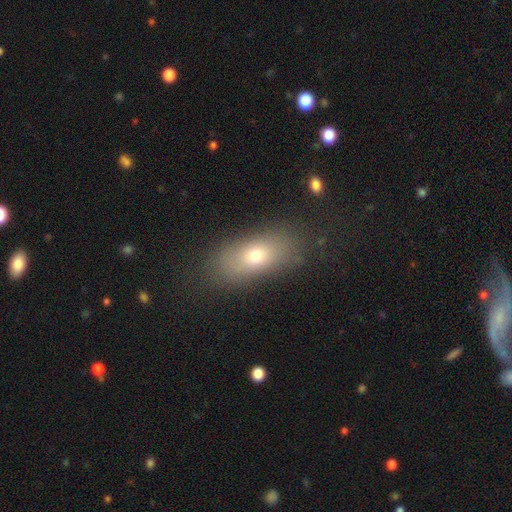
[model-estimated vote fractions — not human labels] smooth_or_featured: smooth (p=0.70) [alt: featured or disk p=0.19]
how_rounded: in between (p=0.80) [alt: cigar-shaped p=0.11]
merging: none (p=0.79) [alt: minor disturbance p=0.13]